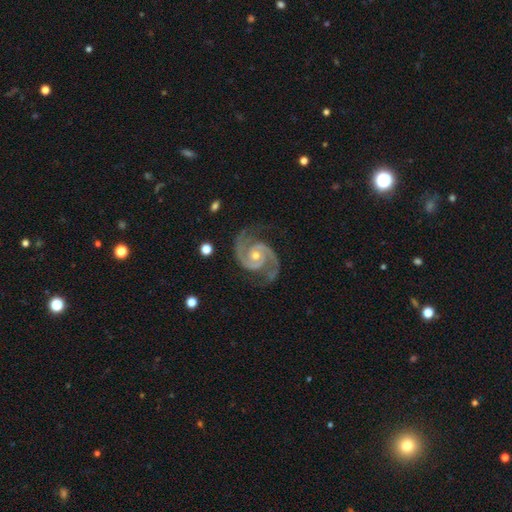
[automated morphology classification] This appears to be a featured or disk galaxy (94%) with no bar (66%), 2 (93%) medium (56%) spiral arms (99%) and a moderate central bulge (52%). Merging: none (79%).